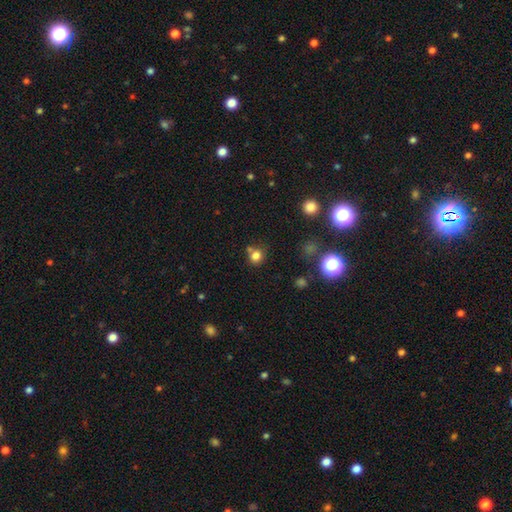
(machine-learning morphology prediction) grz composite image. It shows a smooth galaxy with no disk features (78%) that is round (84%). Merging: none (62%).